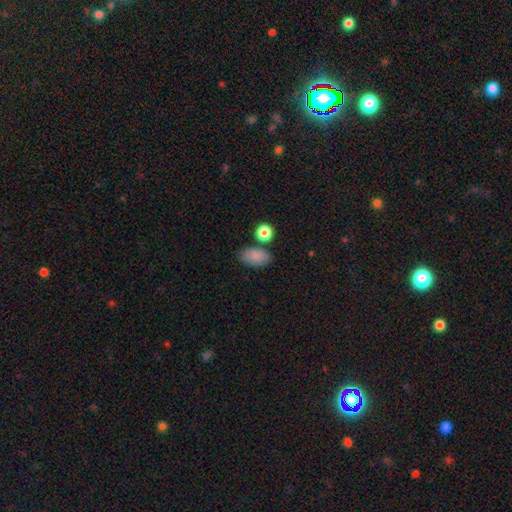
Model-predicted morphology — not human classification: A smooth galaxy with no disk features (85%) that is in between round and cigar-shaped (89%).

Vote fractions:
- Smooth or featured? smooth: 85% / star or artifact: 8% / featured or disk: 7%
- How rounded? in between: 89% / round: 9% / cigar-shaped: 2%
- Merging? none: 72% / minor disturbance: 15% / merger: 9% / major disturbance: 4%